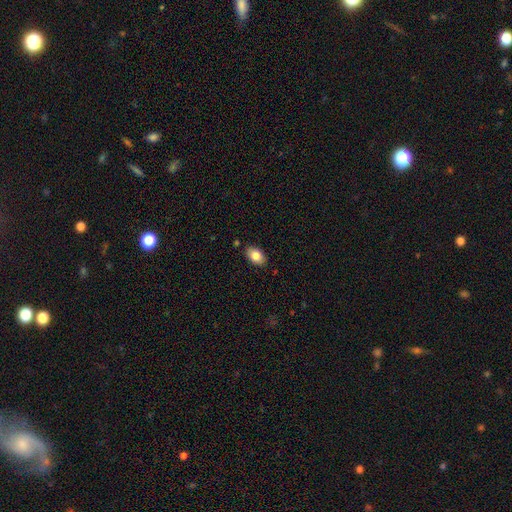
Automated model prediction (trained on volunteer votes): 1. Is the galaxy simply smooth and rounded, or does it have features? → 83% smooth, 9% featured or disk, 8% star or artifact.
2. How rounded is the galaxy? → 90% in between, 9% round, 1% cigar-shaped.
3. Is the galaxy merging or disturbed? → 86% none, 10% minor disturbance, 2% major disturbance, 2% merger.